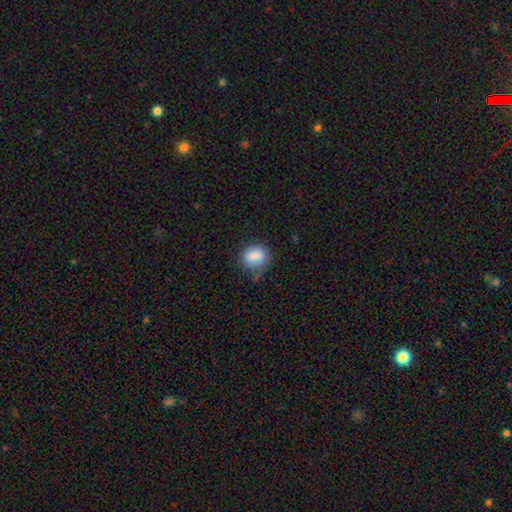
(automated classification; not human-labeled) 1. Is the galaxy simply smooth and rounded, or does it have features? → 84% smooth, 9% star or artifact, 8% featured or disk.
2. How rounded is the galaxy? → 51% round, 47% in between, 2% cigar-shaped.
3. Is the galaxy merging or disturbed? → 55% none, 30% minor disturbance, 11% major disturbance, 3% merger.